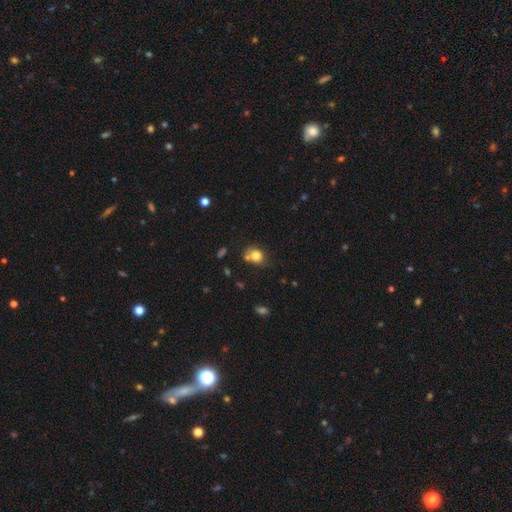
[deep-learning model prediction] This appears to be a smooth galaxy with no disk features (78%) that is round (64%). Merging: none (54%).